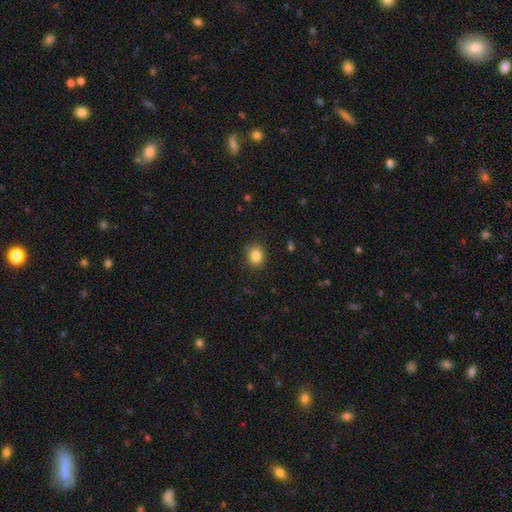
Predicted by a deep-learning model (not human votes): A smooth galaxy with no disk features (84%) that is round (71%). Merging: none (87%).